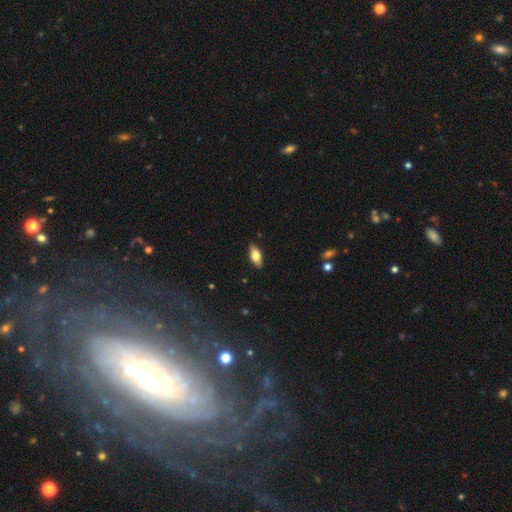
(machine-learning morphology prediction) Smooth or featured?
  - smooth: 65% *
  - featured or disk: 29%
  - star or artifact: 7%
How rounded?
  - in between: 81% *
  - cigar-shaped: 16%
  - round: 3%
Merging?
  - none: 87% *
  - minor disturbance: 10%
  - major disturbance: 2%
  - merger: 1%